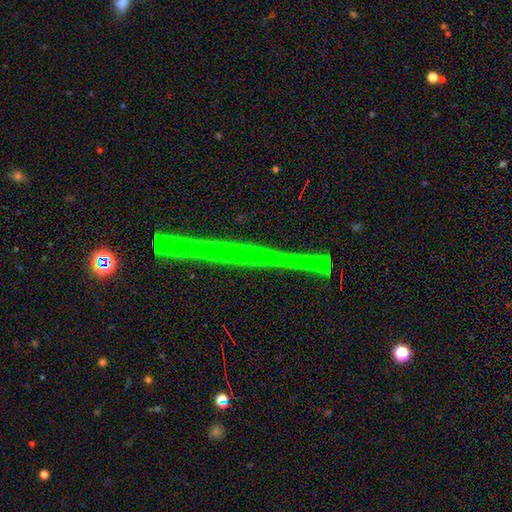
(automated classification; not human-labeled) A star or artifact, not a galaxy (79%).

Vote fractions:
- Smooth or featured? star or artifact: 79% / featured or disk: 15% / smooth: 6%